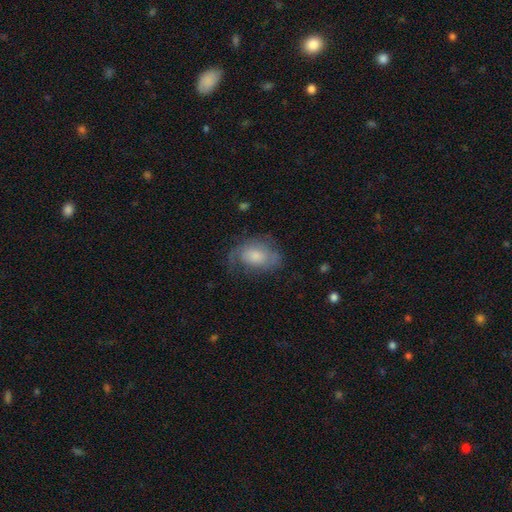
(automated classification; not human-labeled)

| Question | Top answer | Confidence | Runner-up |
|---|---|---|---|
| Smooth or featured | smooth | 47% | featured or disk (45%) |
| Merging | none | 51% | minor disturbance (27%) |